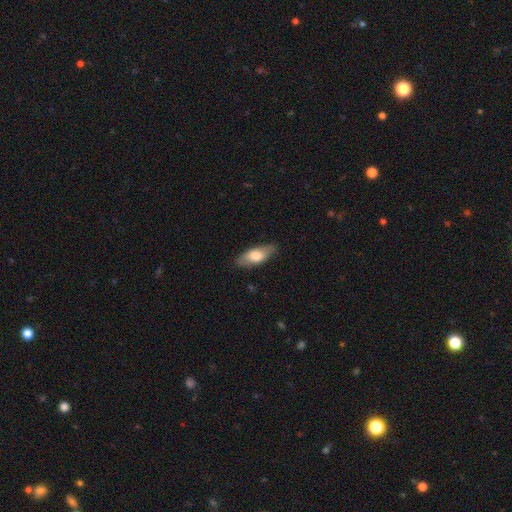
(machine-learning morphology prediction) This appears to be a smooth galaxy with no disk features (70%) that is in between round and cigar-shaped (76%). Merging: none (81%).